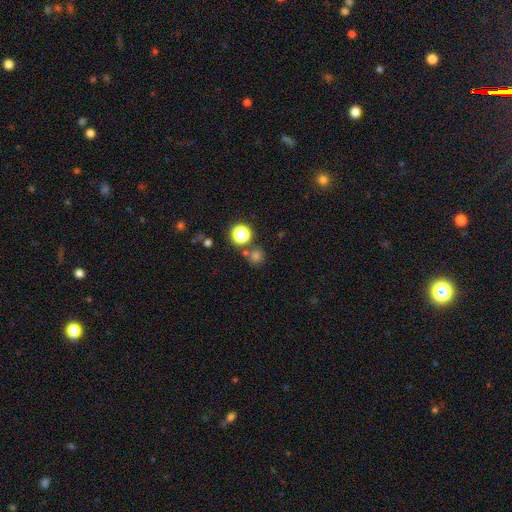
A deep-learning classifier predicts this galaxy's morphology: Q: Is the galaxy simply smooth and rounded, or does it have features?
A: smooth — 63%.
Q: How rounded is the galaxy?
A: round — 89%.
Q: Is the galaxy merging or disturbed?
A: none — 74%.